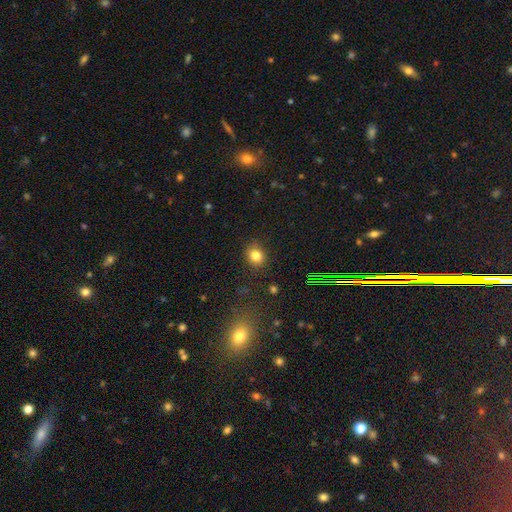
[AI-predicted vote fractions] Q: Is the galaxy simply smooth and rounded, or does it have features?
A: smooth — 80%.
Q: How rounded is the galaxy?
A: round — 70%.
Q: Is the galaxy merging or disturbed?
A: none — 86%.